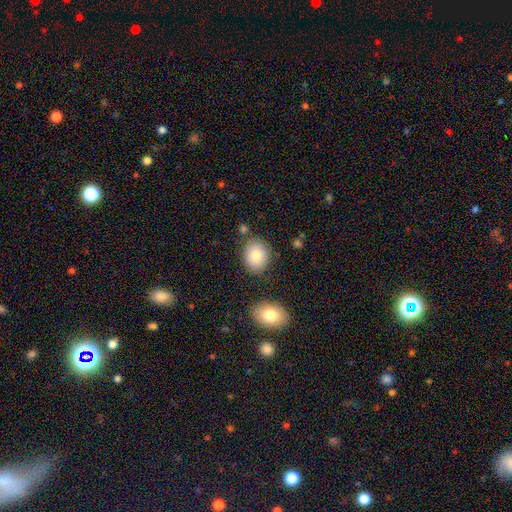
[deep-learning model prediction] smooth_or_featured: smooth (p=0.83) [alt: featured or disk p=0.09]
how_rounded: round (p=0.53) [alt: in between p=0.46]
merging: none (p=0.78) [alt: minor disturbance p=0.12]